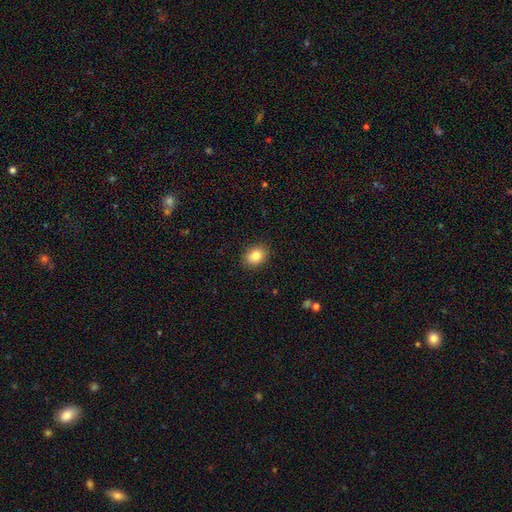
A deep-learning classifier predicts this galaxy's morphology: smooth 85%, star or artifact 9%, featured or disk 6%. Down the decision tree: how rounded — in between (60%); merging — none (90%).